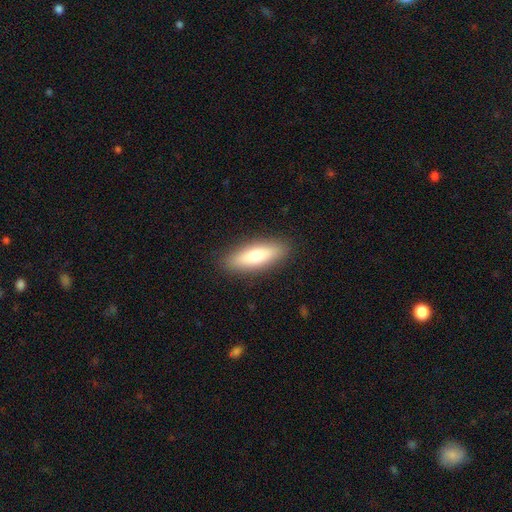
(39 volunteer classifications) Smooth or featured? 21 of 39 (54%) said smooth. How rounded? 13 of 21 (62%) said in between. Merging? 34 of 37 (92%) said none.